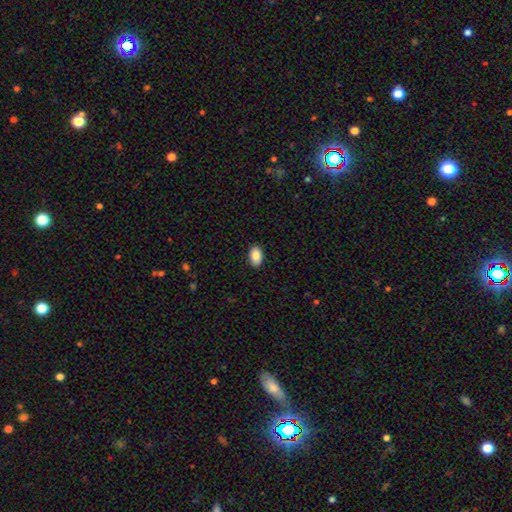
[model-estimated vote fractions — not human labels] This is clearly a smooth galaxy (87%). How rounded: clearly in between (91%). Merging: clearly none (89%).